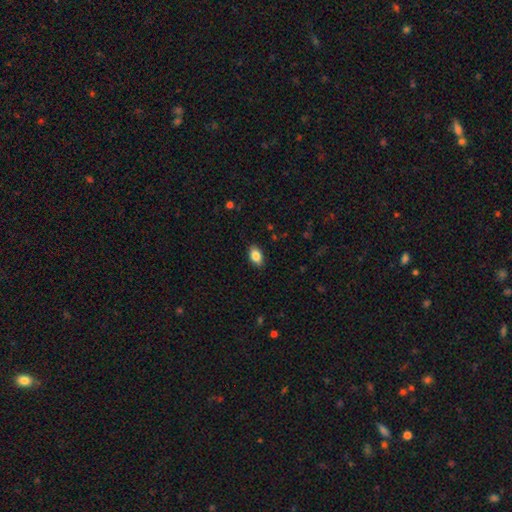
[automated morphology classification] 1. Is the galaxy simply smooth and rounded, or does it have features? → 86% smooth, 8% star or artifact, 7% featured or disk.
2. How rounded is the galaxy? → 90% in between, 8% round, 2% cigar-shaped.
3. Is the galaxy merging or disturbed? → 88% none, 9% minor disturbance, 2% major disturbance, 1% merger.